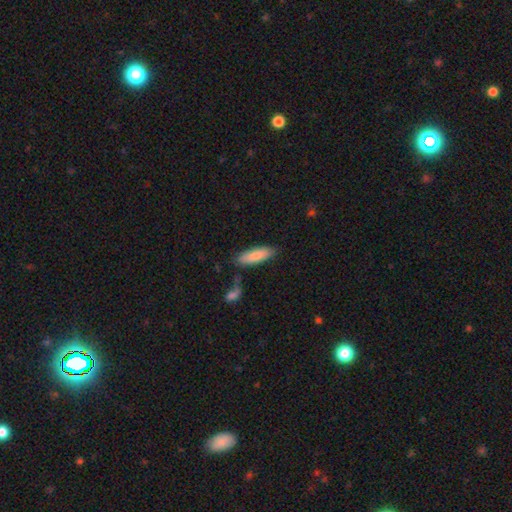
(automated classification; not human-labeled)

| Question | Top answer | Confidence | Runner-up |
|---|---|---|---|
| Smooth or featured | smooth | 82% | featured or disk (12%) |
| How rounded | in between | 52% | cigar-shaped (47%) |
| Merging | none | 75% | minor disturbance (15%) |